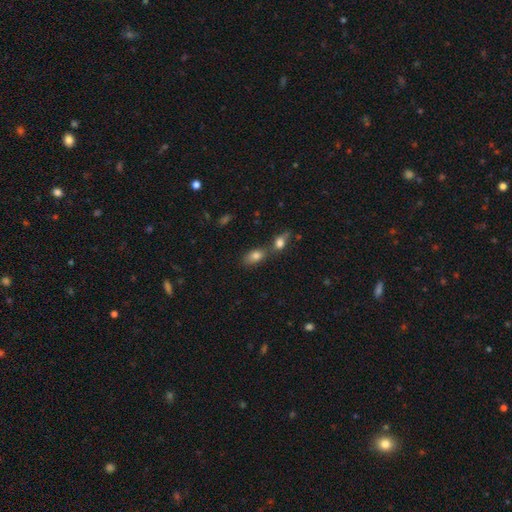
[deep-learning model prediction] Overall: smooth (80%). How rounded: in between (86%). Merging: merger (44%; none 42%).